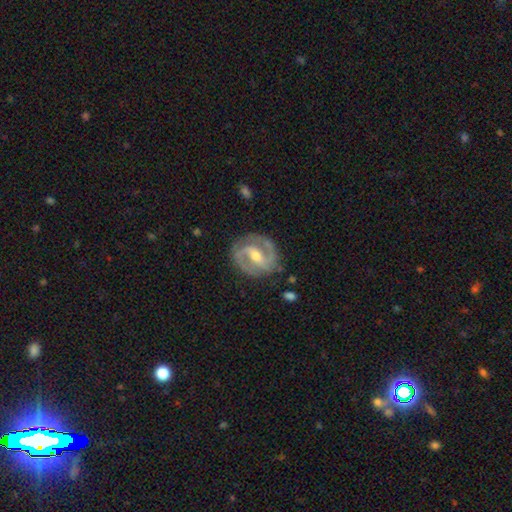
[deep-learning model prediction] featured or disk 89%, smooth 7%, star or artifact 4%. Down the decision tree: edge-on disk — no (97%); bar — strong (45%); spiral arms — yes (95%); spiral arm count — 2 (90%); spiral winding — medium (48%); bulge size — moderate (61%); merging — none (82%).